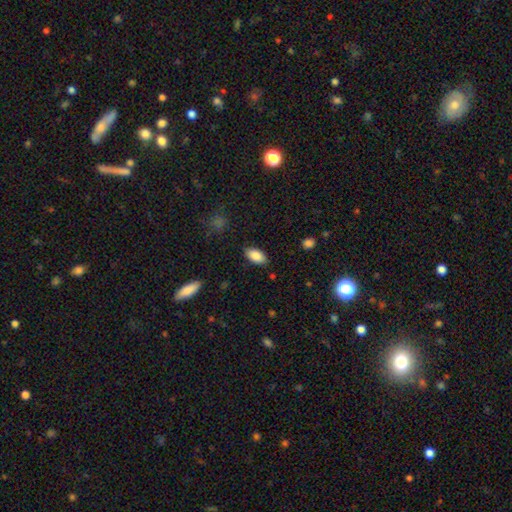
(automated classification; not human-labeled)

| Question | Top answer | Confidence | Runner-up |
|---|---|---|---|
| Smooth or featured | smooth | 87% | star or artifact (7%) |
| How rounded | in between | 94% | cigar-shaped (3%) |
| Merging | none | 85% | minor disturbance (11%) |